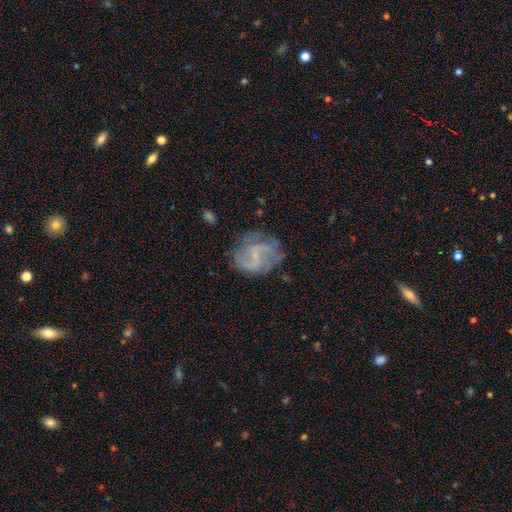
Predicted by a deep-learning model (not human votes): smooth_or_featured: featured or disk (p=0.79) [alt: smooth p=0.14]
disk_edge_on: no (p=0.98) [alt: yes p=0.02]
bar: weak (p=0.50) [alt: no p=0.35]
has_spiral_arms: yes (p=0.90) [alt: no p=0.10]
spiral_winding: medium (p=0.44) [alt: loose p=0.39]
spiral_arm_count: 2 (p=0.72) [alt: can't tell p=0.13]
bulge_size: small (p=0.70) [alt: none p=0.16]
merging: none (p=0.64) [alt: minor disturbance p=0.22]